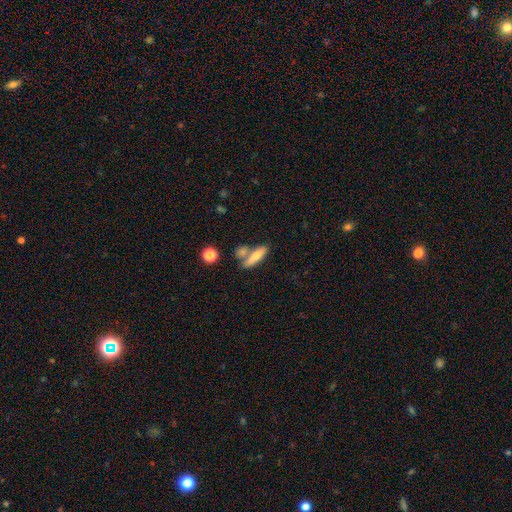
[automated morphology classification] type=smooth (65%); roundness=cigar-shaped (55%); merging=none (57%).